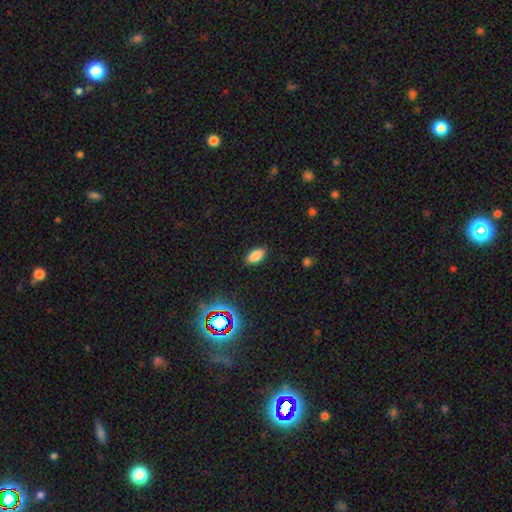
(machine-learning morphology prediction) A smooth galaxy with no disk features (81%) that is in between round and cigar-shaped (91%).

Vote fractions:
- Smooth or featured? smooth: 81% / star or artifact: 13% / featured or disk: 6%
- How rounded? in between: 91% / cigar-shaped: 5% / round: 4%
- Merging? none: 87% / minor disturbance: 9% / major disturbance: 2% / merger: 1%